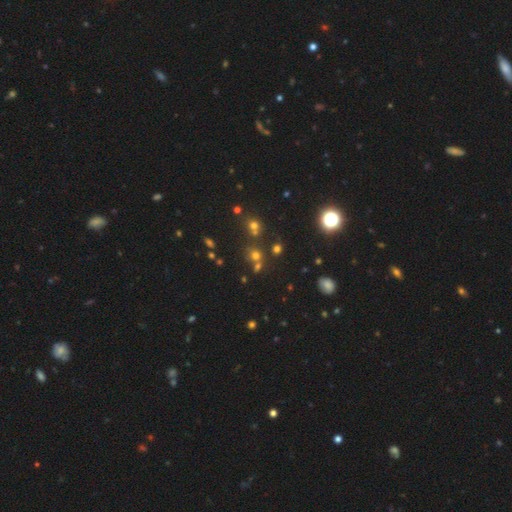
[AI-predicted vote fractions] This appears to be a smooth galaxy with no disk features (47%). Merging: none (65%).